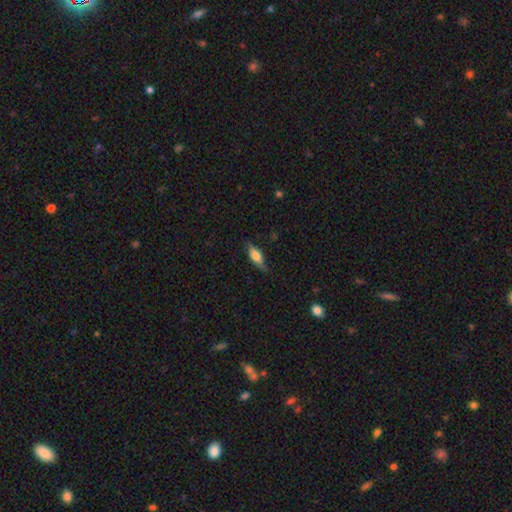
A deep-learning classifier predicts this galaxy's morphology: This is possibly a smooth galaxy (58%). How rounded: likely in between (61%). Merging: likely none (72%).